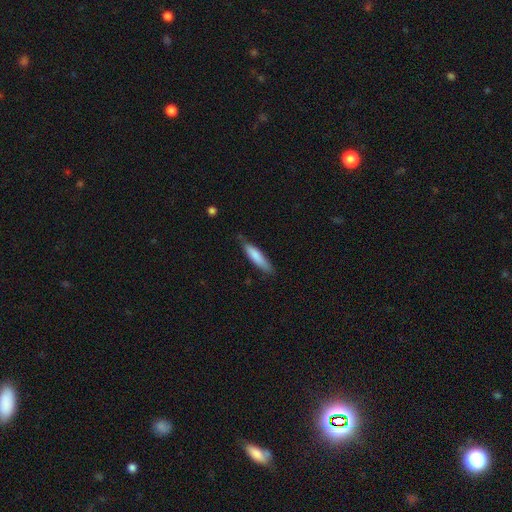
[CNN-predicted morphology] smooth 79%, featured or disk 15%, star or artifact 5%. Down the decision tree: how rounded — cigar-shaped (79%); merging — none (76%).